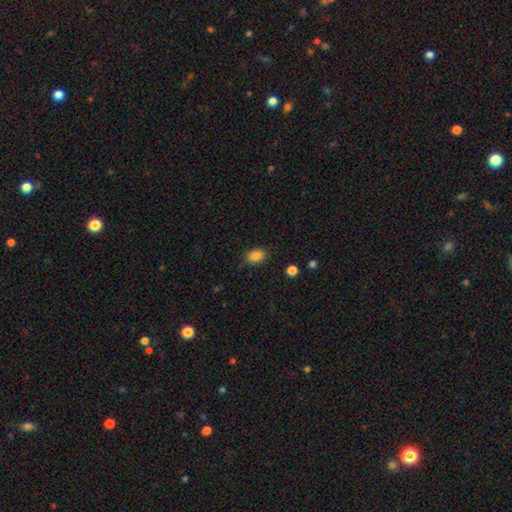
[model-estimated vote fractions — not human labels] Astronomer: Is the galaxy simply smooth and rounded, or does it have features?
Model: smooth — 85%.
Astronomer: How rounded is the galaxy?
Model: in between — 76%.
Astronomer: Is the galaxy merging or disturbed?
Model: none — 82%.